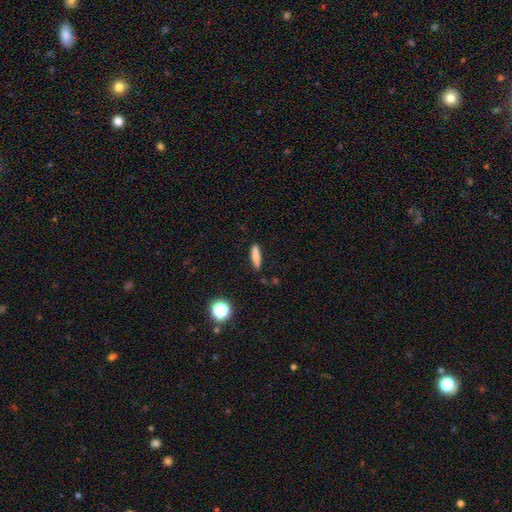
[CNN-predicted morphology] This is clearly a smooth galaxy (82%). How rounded: likely cigar-shaped (79%). Merging: clearly none (86%).